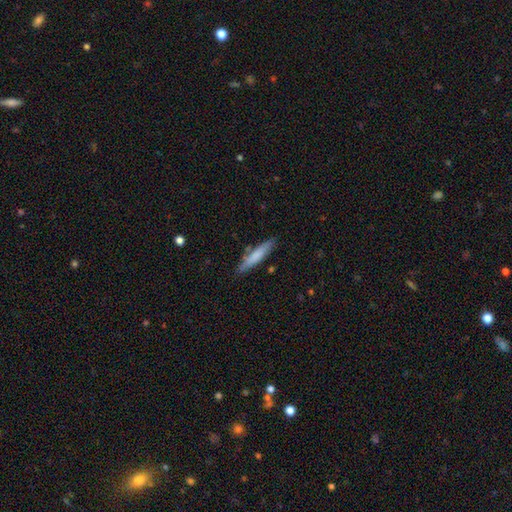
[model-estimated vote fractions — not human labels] Smooth or featured? Predicted: smooth (p=0.72). How rounded? Predicted: cigar-shaped (p=0.87). Merging? Predicted: none (p=0.82).